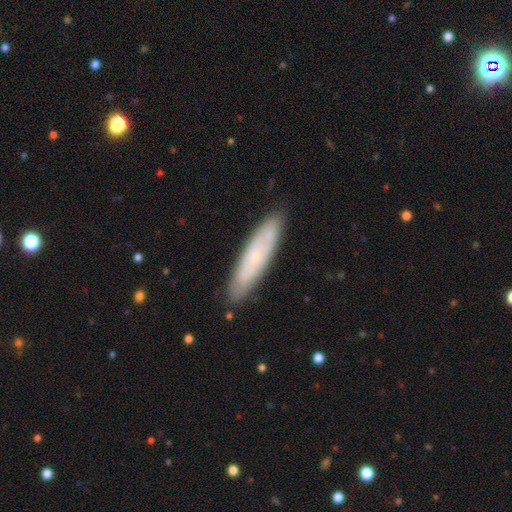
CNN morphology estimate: type=smooth (49%); merging=none (86%).